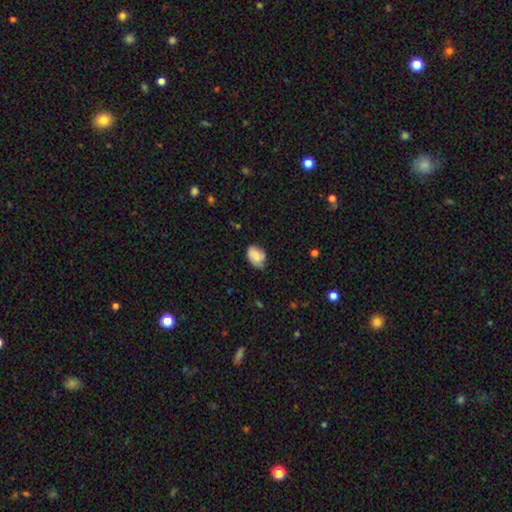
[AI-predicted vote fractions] This appears to be a smooth galaxy with no disk features (69%) that is in between round and cigar-shaped (79%). Merging: none (58%).